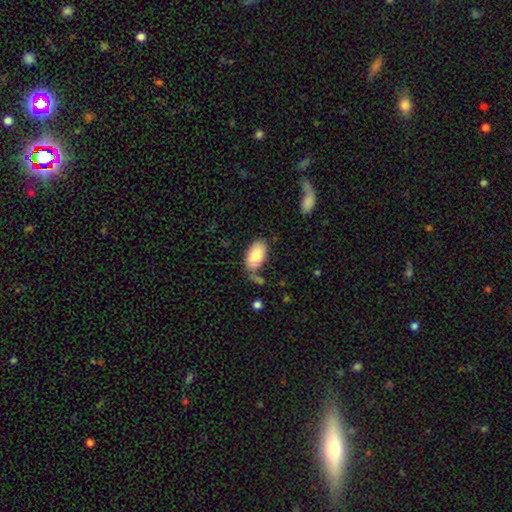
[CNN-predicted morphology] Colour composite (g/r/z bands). It shows a smooth galaxy with no disk features (82%) that is in between round and cigar-shaped (95%). Merging: none (61%).